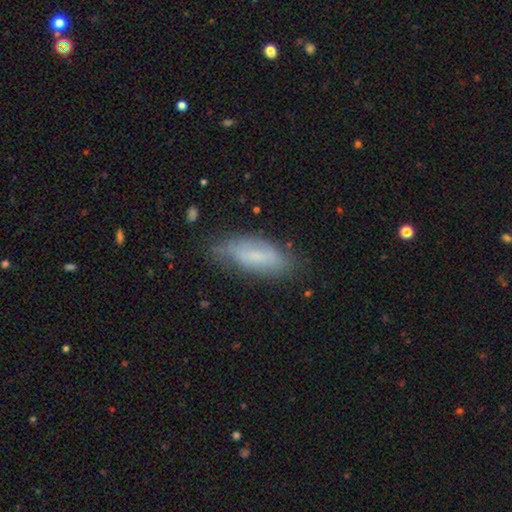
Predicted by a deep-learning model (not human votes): Smooth or featured?
  - smooth: 66% *
  - featured or disk: 26%
  - star or artifact: 8%
How rounded?
  - in between: 65% *
  - cigar-shaped: 33%
  - round: 2%
Merging?
  - none: 62% *
  - minor disturbance: 29%
  - major disturbance: 7%
  - merger: 2%